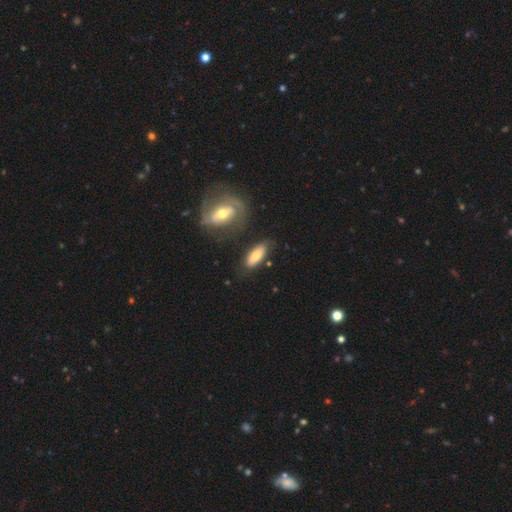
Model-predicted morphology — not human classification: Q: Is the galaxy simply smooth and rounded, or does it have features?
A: smooth — 70%.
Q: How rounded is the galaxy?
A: in between — 73%.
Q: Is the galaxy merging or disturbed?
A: none — 70%.